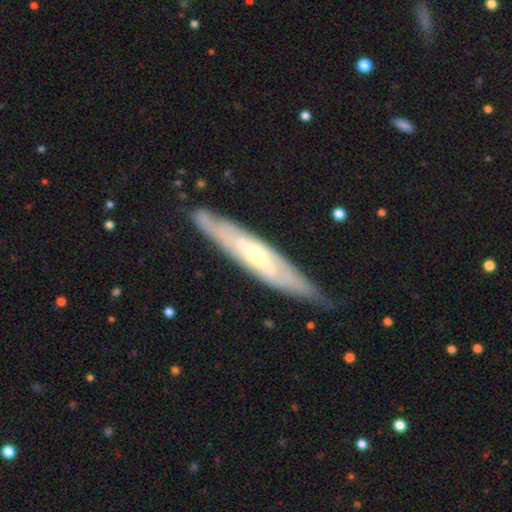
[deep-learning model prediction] The model was most divided on "edge-on disk" (2-way tie): no: 50%, yes: 50%. More confident: smooth or featured — featured or disk (74%); merging — none (74%).